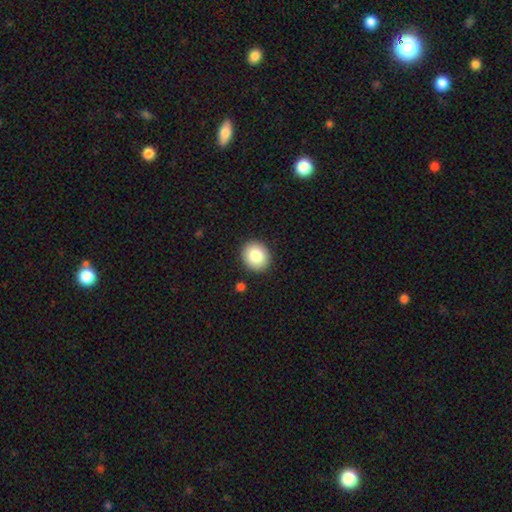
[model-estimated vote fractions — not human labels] This appears to be a smooth galaxy with no disk features (83%) that is round (77%). Merging: none (90%).